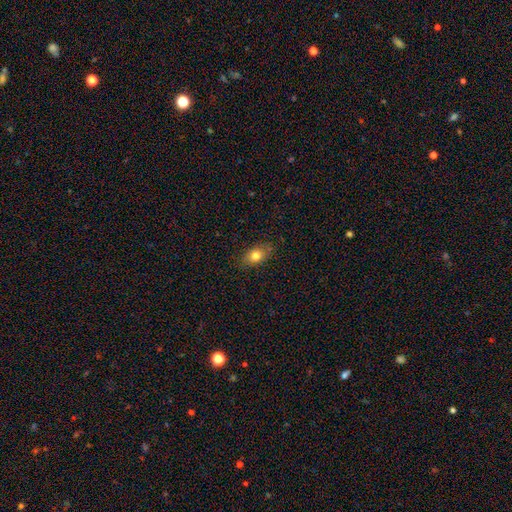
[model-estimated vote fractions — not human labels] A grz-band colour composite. It shows a smooth galaxy with no disk features (79%) that is in between round and cigar-shaped (81%). Merging: none (82%).